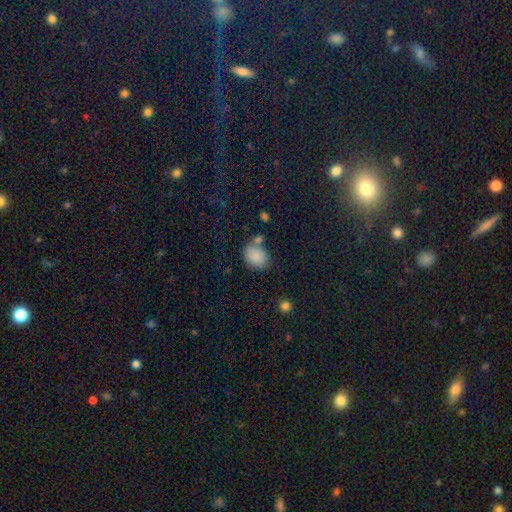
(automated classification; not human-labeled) smooth_or_featured: smooth (p=0.86) [alt: star or artifact p=0.09]
how_rounded: in between (p=0.65) [alt: round p=0.34]
merging: none (p=0.61) [alt: minor disturbance p=0.18]